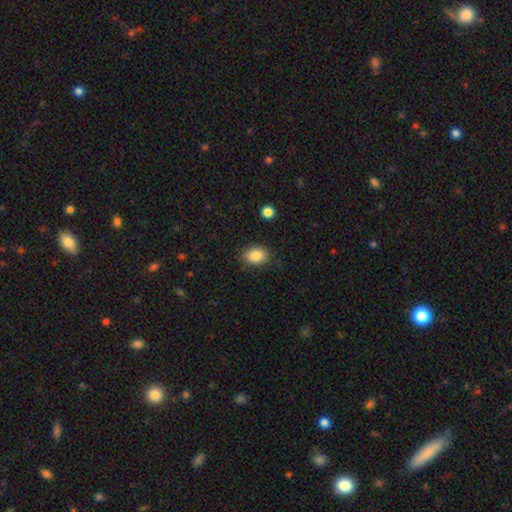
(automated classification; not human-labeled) A smooth galaxy with no disk features (86%) that is in between round and cigar-shaped (73%). Merging: none (82%).